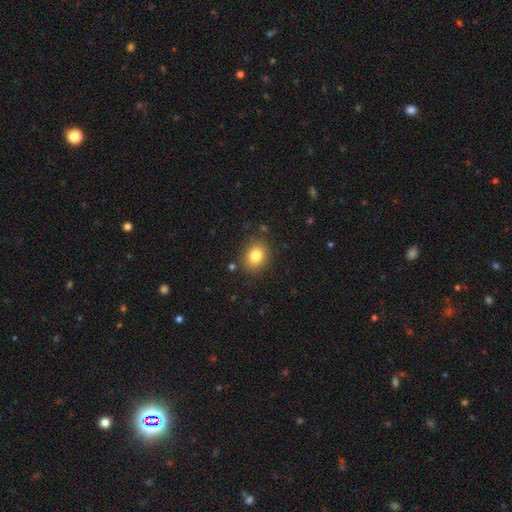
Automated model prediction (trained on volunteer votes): Smooth or featured? Predicted: smooth (p=0.82). How rounded? Predicted: round (p=0.51). Merging? Predicted: none (p=0.84).